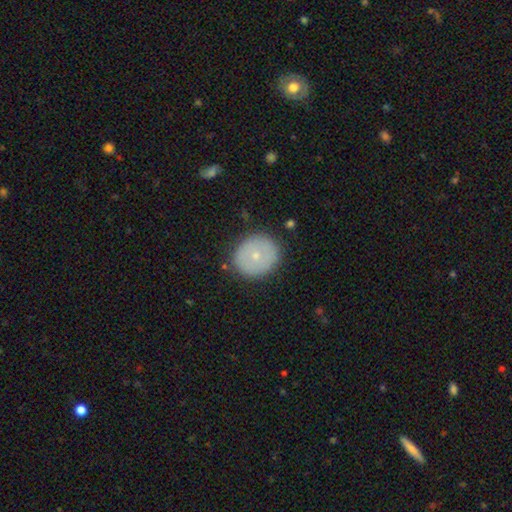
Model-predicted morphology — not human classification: Smooth or featured? Predicted: smooth (p=0.63). How rounded? Predicted: round (p=0.82). Merging? Predicted: none (p=0.86).